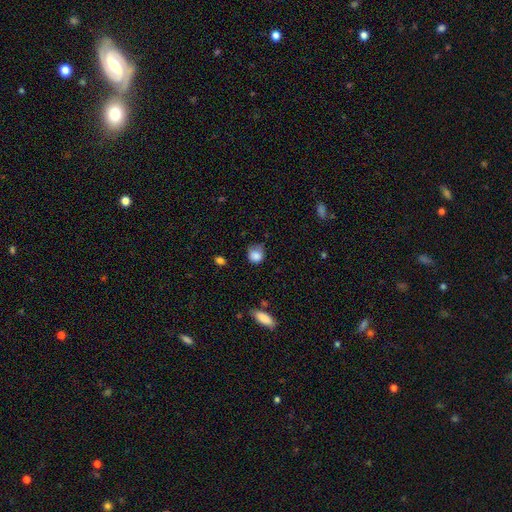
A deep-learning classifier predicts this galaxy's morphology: A smooth galaxy with no disk features (83%) that is round (74%). Merging: none (49%).